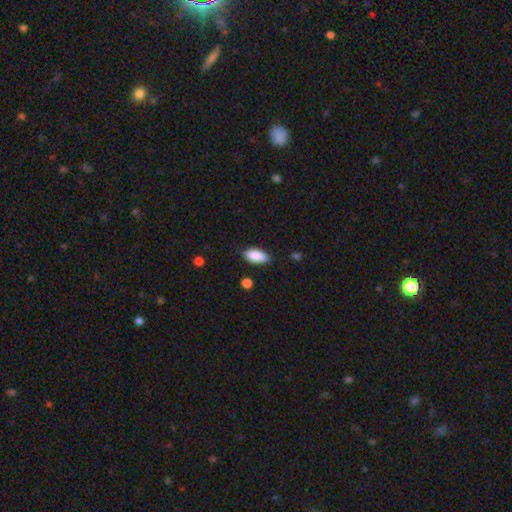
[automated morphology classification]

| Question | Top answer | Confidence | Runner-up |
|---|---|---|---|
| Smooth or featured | smooth | 88% | star or artifact (7%) |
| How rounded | in between | 90% | cigar-shaped (8%) |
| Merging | none | 79% | minor disturbance (16%) |